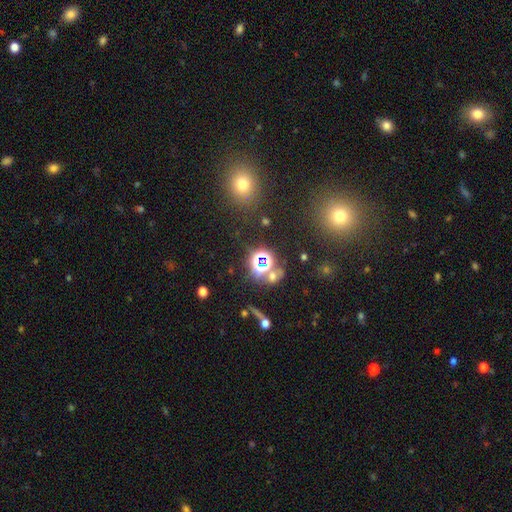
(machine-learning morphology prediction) Overall: star or artifact (64%; smooth 26%).